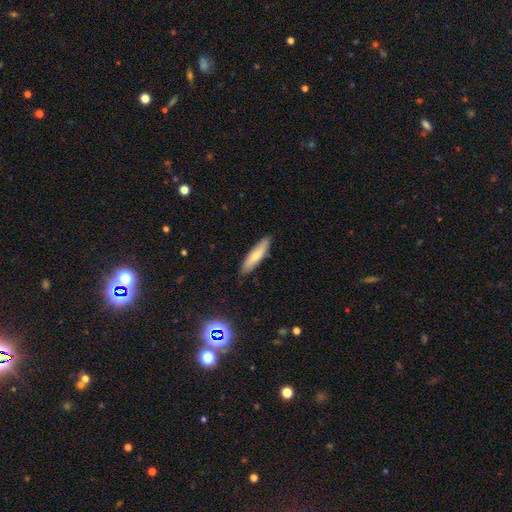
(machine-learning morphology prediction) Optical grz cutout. It shows a smooth galaxy with no disk features (69%) that is cigar-shaped (75%). Merging: none (87%).